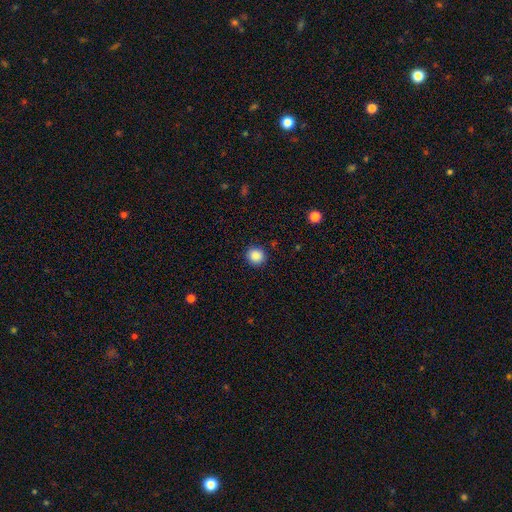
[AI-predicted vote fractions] A smooth galaxy with no disk features (88%) that is round (90%).

Vote fractions:
- Smooth or featured? smooth: 88% / star or artifact: 9% / featured or disk: 3%
- How rounded? round: 90% / in between: 9% / cigar-shaped: 1%
- Merging? none: 91% / minor disturbance: 6% / major disturbance: 2% / merger: 1%